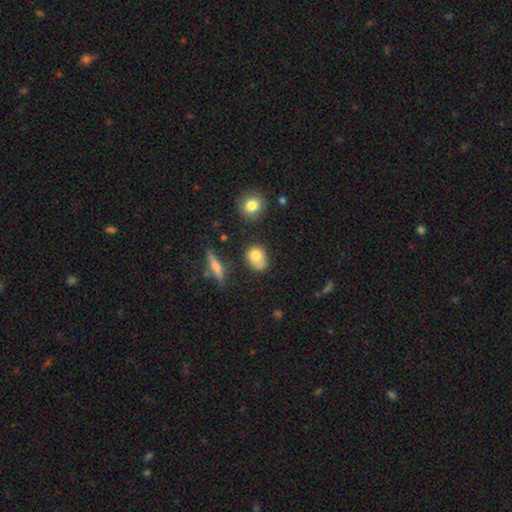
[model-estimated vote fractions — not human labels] Smooth or featured?
  - smooth: 75% *
  - featured or disk: 15%
  - star or artifact: 10%
How rounded?
  - in between: 56% *
  - round: 41%
  - cigar-shaped: 2%
Merging?
  - none: 52% *
  - minor disturbance: 27%
  - major disturbance: 11%
  - merger: 10%